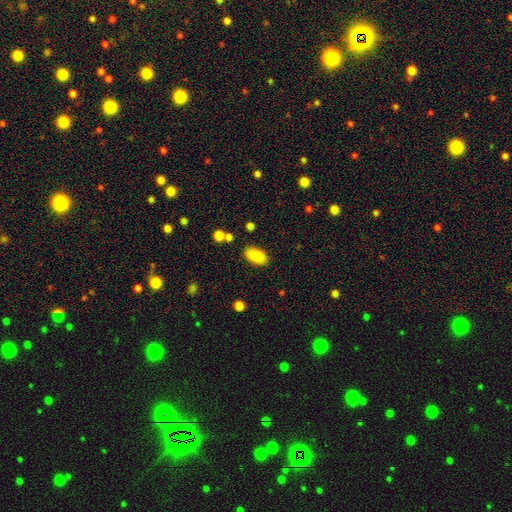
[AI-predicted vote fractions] A smooth galaxy with no disk features (88%) that is in between round and cigar-shaped (94%). Merging: none (85%).